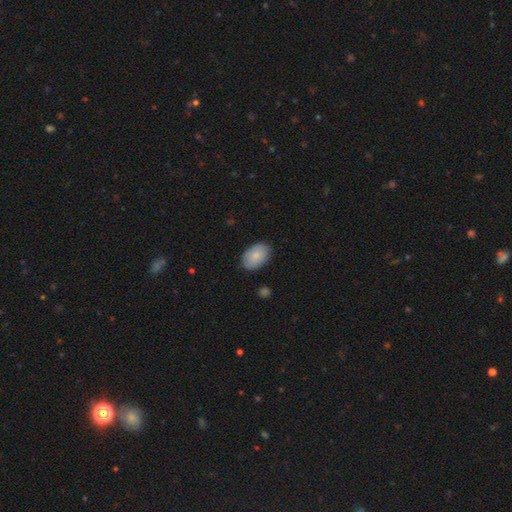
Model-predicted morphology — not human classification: Smooth or featured: smooth — 86% (featured or disk — 9%)
How rounded: in between — 90% (round — 9%)
Merging: none — 85% (minor disturbance — 11%)